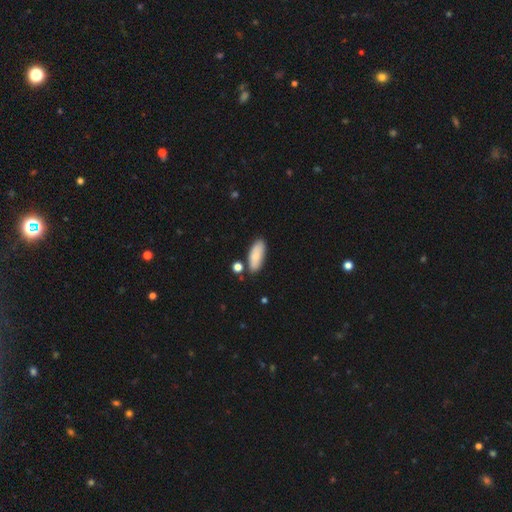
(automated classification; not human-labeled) Smooth or featured? Predicted: smooth (p=0.80). How rounded? Predicted: in between (p=0.78). Merging? Predicted: none (p=0.75).